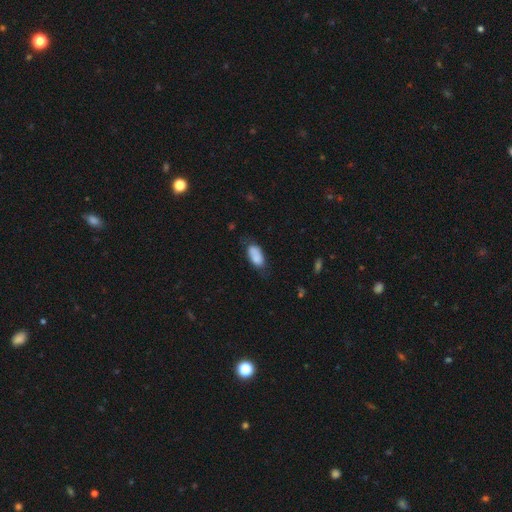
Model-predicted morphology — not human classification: Q: Smooth or featured?
A: smooth (81%); runner-up: featured or disk (12%)
Q: How rounded?
A: in between (91%); runner-up: cigar-shaped (6%)
Q: Merging?
A: none (57%); runner-up: minor disturbance (29%)